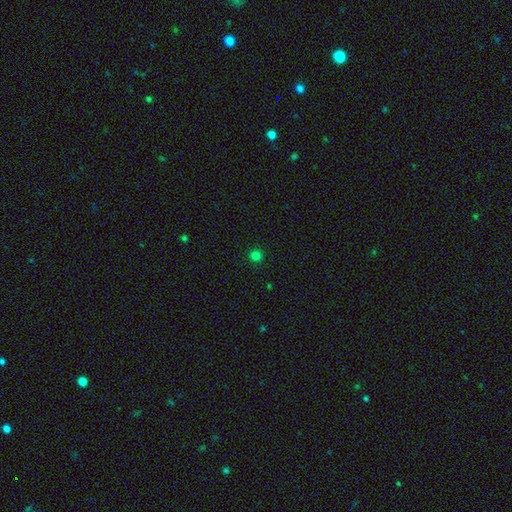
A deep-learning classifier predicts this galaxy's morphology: Smooth or featured? smooth (80%)
How rounded? round (95%)
Merging? none (93%)